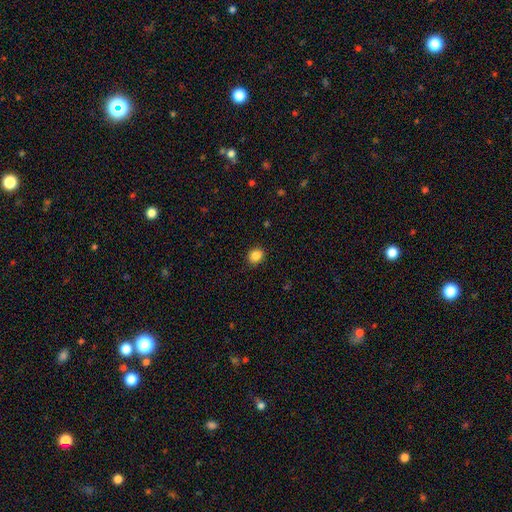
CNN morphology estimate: smooth_or_featured: smooth (p=0.86) [alt: star or artifact p=0.10]
how_rounded: round (p=0.70) [alt: in between p=0.29]
merging: none (p=0.88) [alt: minor disturbance p=0.08]